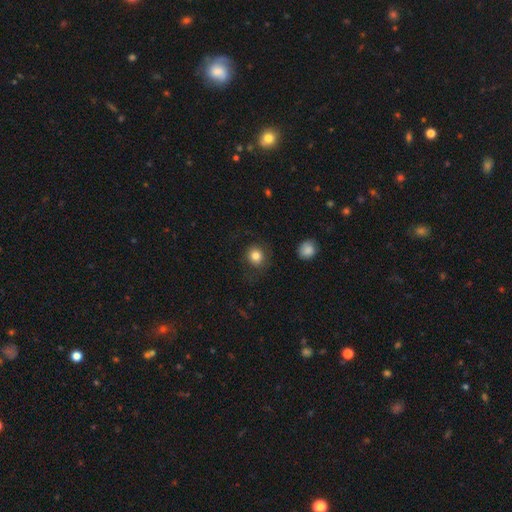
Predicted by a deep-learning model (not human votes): Morphology: type=smooth (83%); roundness=round (87%); merging=none (82%).